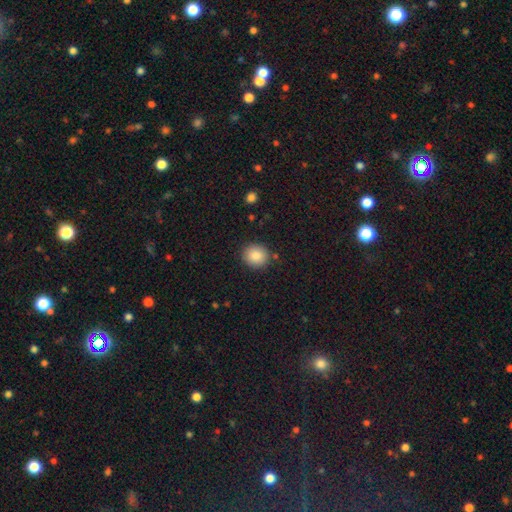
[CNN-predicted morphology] This appears to be a smooth galaxy with no disk features (85%) that is round (85%). Merging: none (88%).